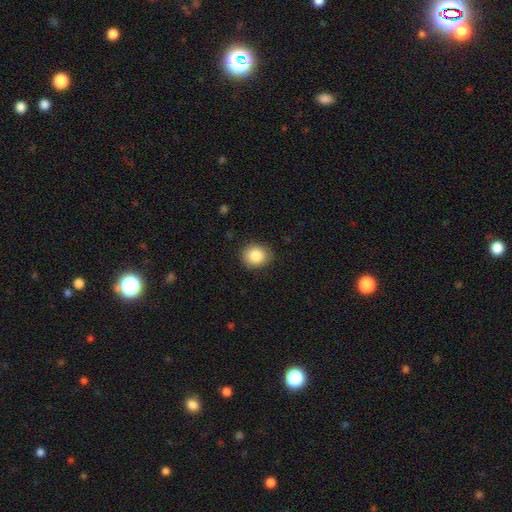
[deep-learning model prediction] This is clearly a smooth galaxy (87%). How rounded: clearly round (81%). Merging: clearly none (87%).